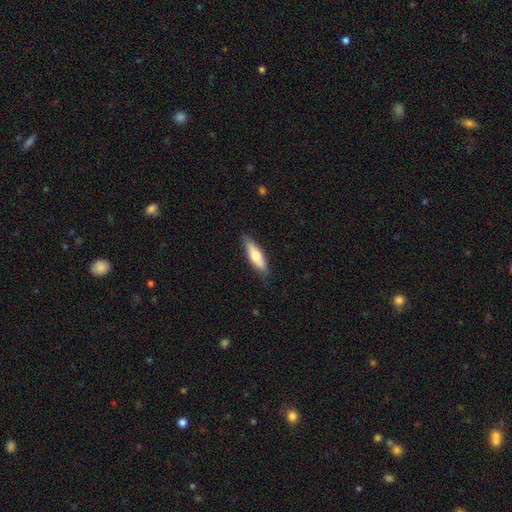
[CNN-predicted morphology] This appears to be a smooth galaxy with no disk features (60%) that is cigar-shaped (57%). Merging: none (83%).